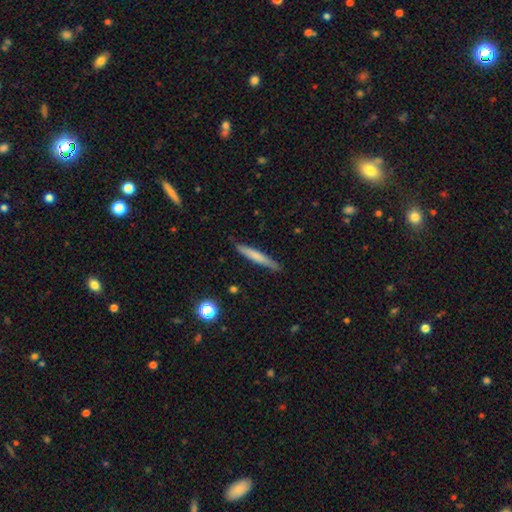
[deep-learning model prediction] Morphology: type=smooth (66%); roundness=cigar-shaped (95%); merging=none (87%).